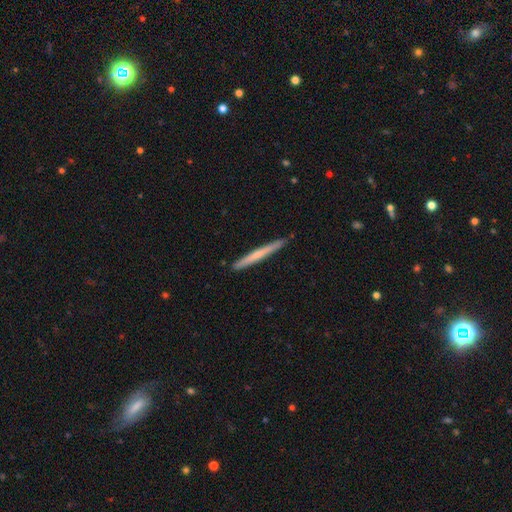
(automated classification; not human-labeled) Overall: smooth (51%; featured or disk 44%). How rounded: cigar-shaped (97%). Merging: none (90%).